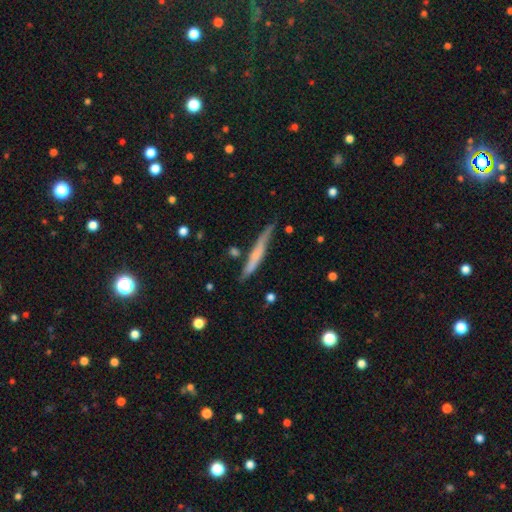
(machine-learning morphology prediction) This is possibly a smooth galaxy (49%). Merging: likely none (73%).